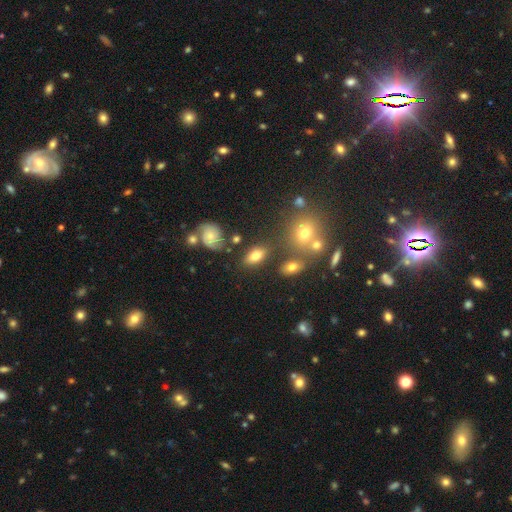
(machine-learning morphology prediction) This is likely a smooth galaxy (73%). How rounded: clearly in between (88%). Merging: likely none (76%).